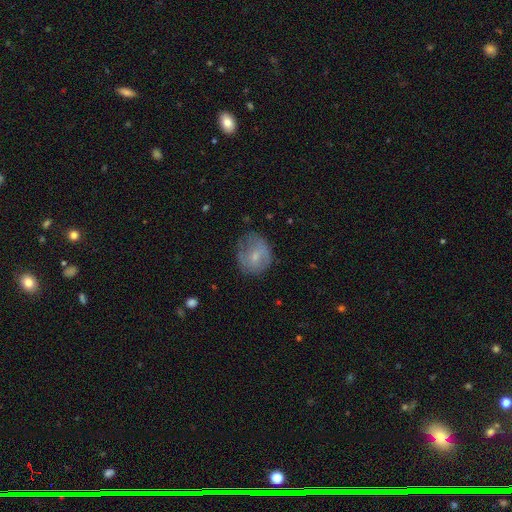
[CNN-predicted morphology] smooth-or-featured: smooth: 54% | featured or disk: 38% | star or artifact: 8%
  how-rounded: round: 66% | in between: 33% | cigar-shaped: 1%
  merging: none: 58% | minor disturbance: 27% | major disturbance: 14% | merger: 2%